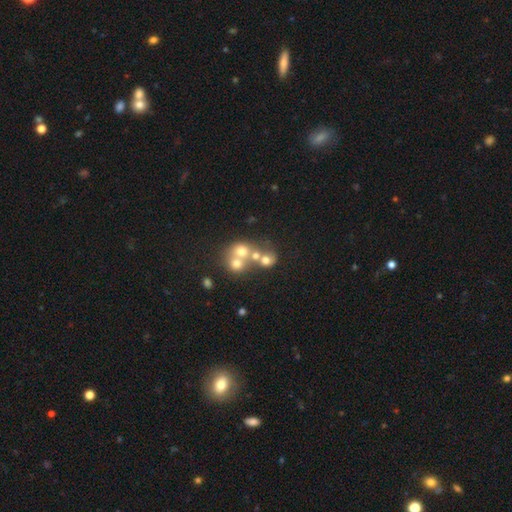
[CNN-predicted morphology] Smooth or featured: smooth — 54% (featured or disk — 27%)
How rounded: round — 77% (in between — 22%)
Merging: merger — 54% (none — 35%)